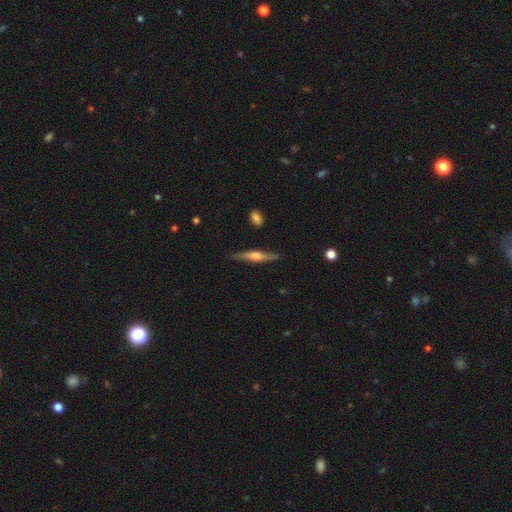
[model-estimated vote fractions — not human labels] This is likely a featured or disk galaxy (68%). It is clearly viewed edge-on (97%). Edge-on bulge: likely rounded (77%). Merging: clearly none (86%).